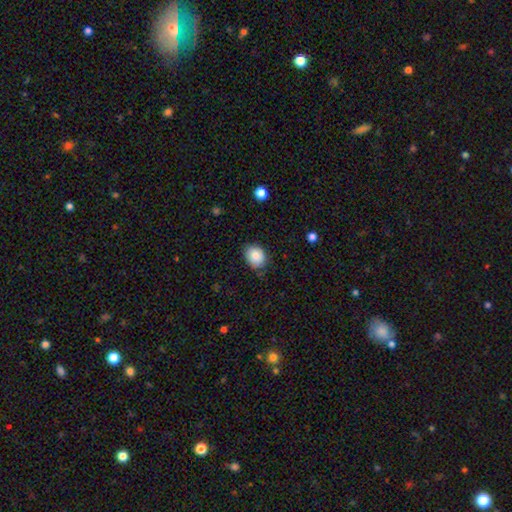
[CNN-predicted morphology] smooth-or-featured: smooth: 85% | star or artifact: 8% | featured or disk: 7%
  how-rounded: in between: 51% | round: 48% | cigar-shaped: 1%
  merging: none: 76% | minor disturbance: 19% | major disturbance: 3% | merger: 1%